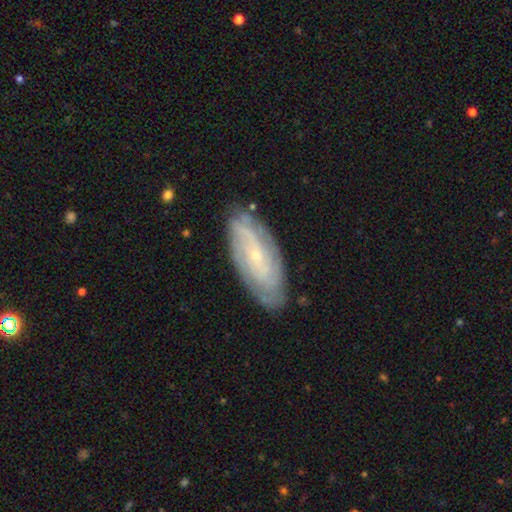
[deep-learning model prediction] This appears to be a featured or disk galaxy (74%) with no bar (64%), tight (63%) spiral arms (90%) and a small central bulge (81%). Merging: none (79%).